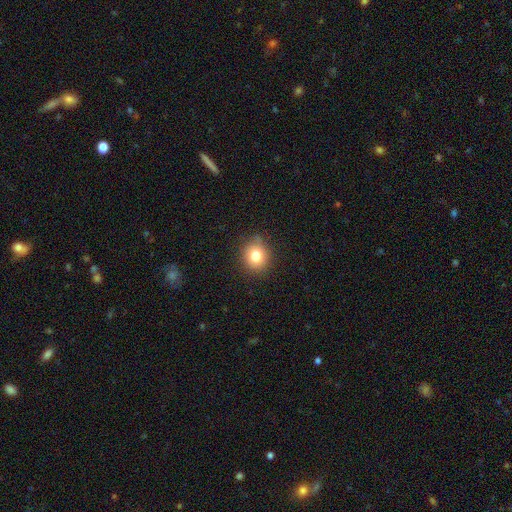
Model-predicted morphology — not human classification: type=smooth (80%); roundness=round (78%); merging=none (82%).